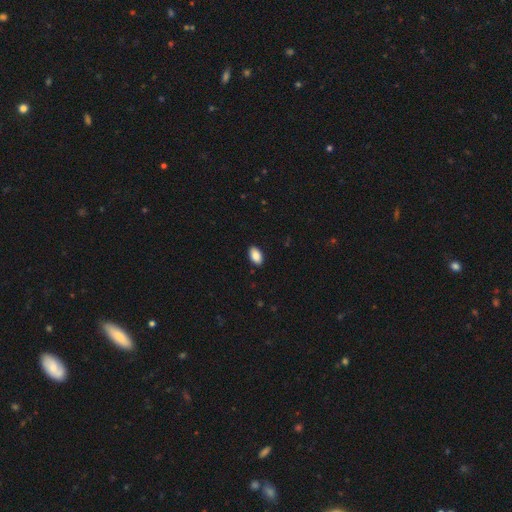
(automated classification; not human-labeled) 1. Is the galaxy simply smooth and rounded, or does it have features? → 89% smooth, 7% star or artifact, 4% featured or disk.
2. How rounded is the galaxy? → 93% in between, 5% round, 2% cigar-shaped.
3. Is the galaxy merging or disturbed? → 89% none, 8% minor disturbance, 2% major disturbance, 1% merger.